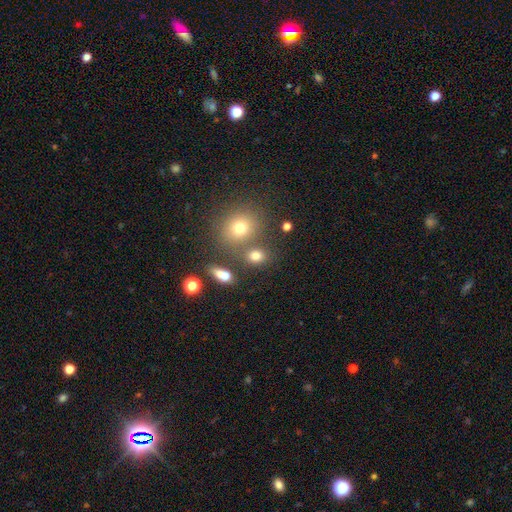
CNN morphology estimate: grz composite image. It shows a smooth galaxy with no disk features (74%) that is round (56%). Merging: none (67%).